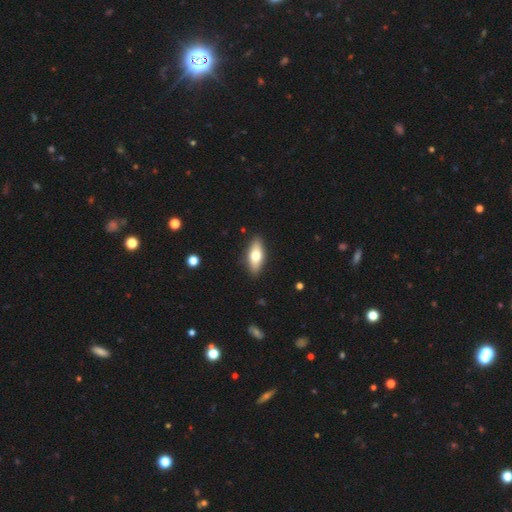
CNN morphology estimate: A smooth galaxy with no disk features (64%) that is in between round and cigar-shaped (73%).

Vote fractions:
- Smooth or featured? smooth: 64% / featured or disk: 30% / star or artifact: 6%
- How rounded? in between: 73% / cigar-shaped: 24% / round: 3%
- Merging? none: 89% / minor disturbance: 8% / major disturbance: 2% / merger: 1%